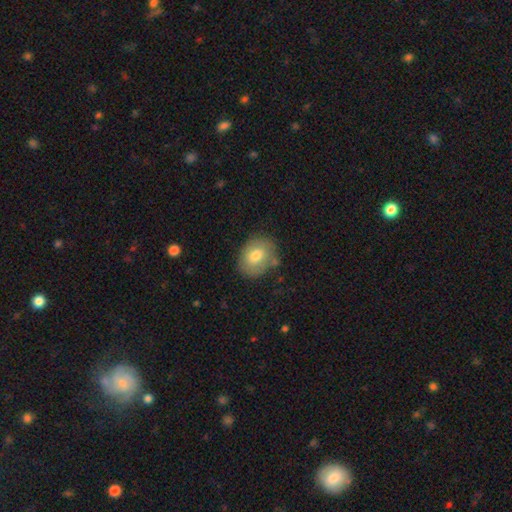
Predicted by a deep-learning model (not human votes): smooth_or_featured: smooth (p=0.75) [alt: featured or disk p=0.17]
how_rounded: in between (p=0.61) [alt: round p=0.38]
merging: none (p=0.73) [alt: minor disturbance p=0.18]